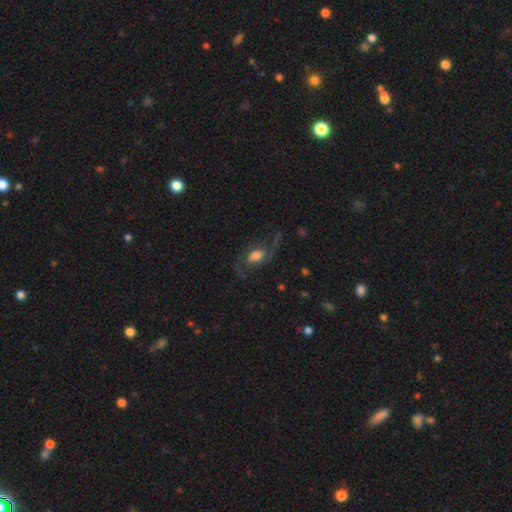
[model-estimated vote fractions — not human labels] This is likely a featured or disk galaxy (76%). It is clearly not viewed edge-on (96%). Bar: marginally weak (42%). Spiral arm pattern: clearly yes (92%). Spiral arm count: clearly 2 (91%). Spiral winding: possibly loose (53%). Central bulge: marginally moderate (43%). Merging: likely none (64%).